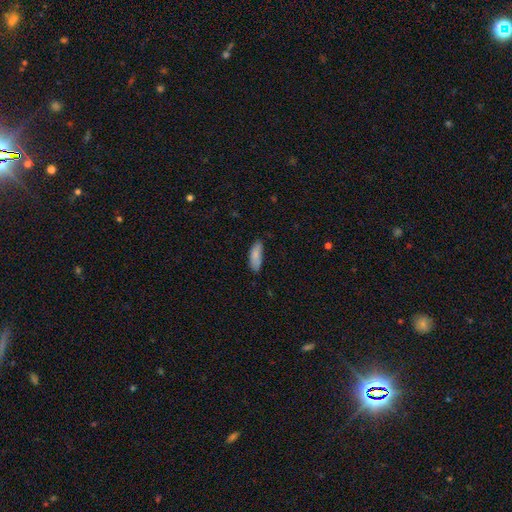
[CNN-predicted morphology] A smooth galaxy with no disk features (84%) that is in between round and cigar-shaped (66%). Merging: none (71%).